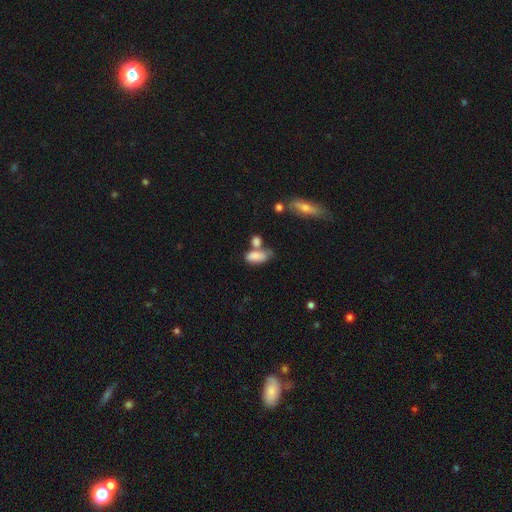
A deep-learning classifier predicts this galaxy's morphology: smooth-or-featured: smooth: 80% | featured or disk: 11% | star or artifact: 8%
  how-rounded: in between: 88% | cigar-shaped: 7% | round: 5%
  merging: merger: 39% | none: 33% | minor disturbance: 18% | major disturbance: 10%